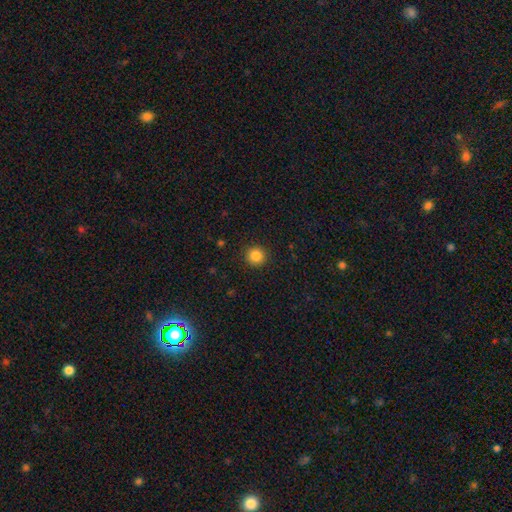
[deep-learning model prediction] This appears to be a smooth galaxy with no disk features (86%) that is round (93%). Merging: none (92%).